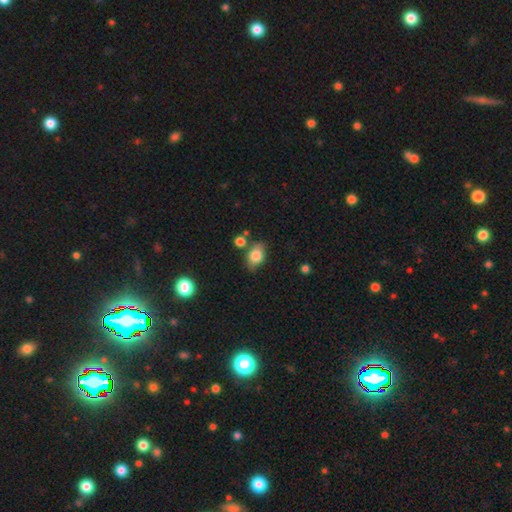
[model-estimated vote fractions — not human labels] smooth-or-featured: smooth: 78% | featured or disk: 13% | star or artifact: 9%
  how-rounded: in between: 81% | round: 16% | cigar-shaped: 2%
  merging: none: 69% | minor disturbance: 18% | merger: 8% | major disturbance: 5%